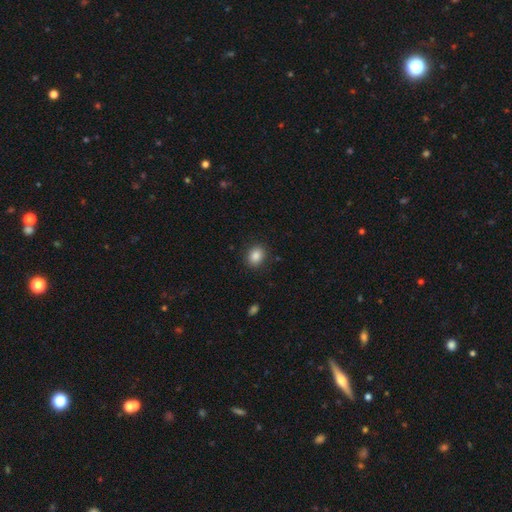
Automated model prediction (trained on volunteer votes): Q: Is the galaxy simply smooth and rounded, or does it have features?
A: smooth — 87%.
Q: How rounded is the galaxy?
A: round — 54%.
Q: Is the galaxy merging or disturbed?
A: none — 88%.